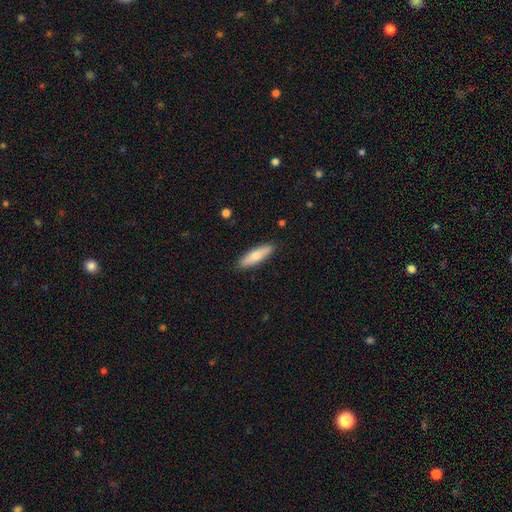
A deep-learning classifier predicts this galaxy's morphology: A smooth galaxy with no disk features (68%) that is cigar-shaped (60%).

Vote fractions:
- Smooth or featured? smooth: 68% / featured or disk: 26% / star or artifact: 6%
- How rounded? cigar-shaped: 60% / in between: 38% / round: 2%
- Merging? none: 88% / minor disturbance: 9% / major disturbance: 2% / merger: 1%